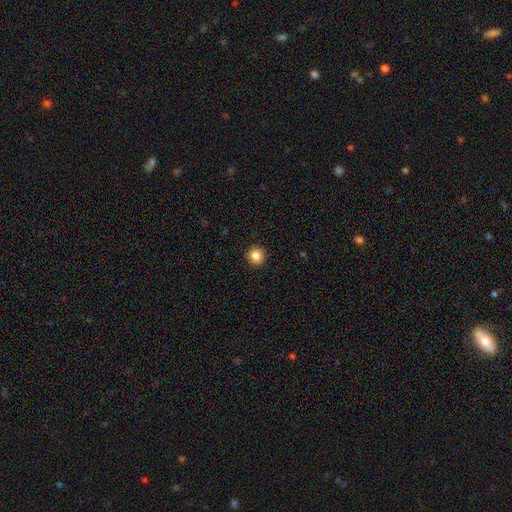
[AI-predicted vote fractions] The model was most divided on "smooth or featured": smooth: 85%, star or artifact: 10%, featured or disk: 5%. More confident: how rounded — round (94%); merging — none (93%).